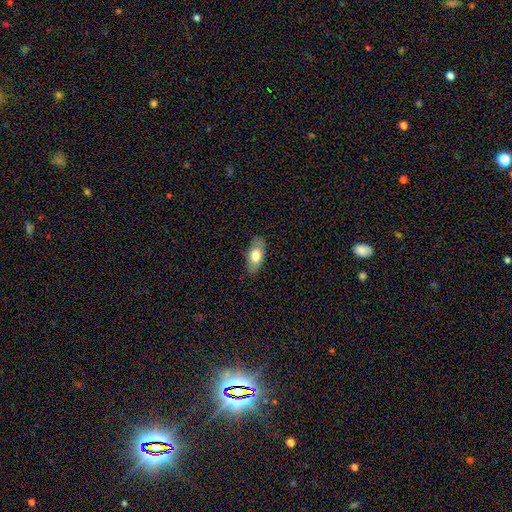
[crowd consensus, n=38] This is likely a smooth galaxy (68%). How rounded: clearly in between (88%). Merging: clearly none (94%).